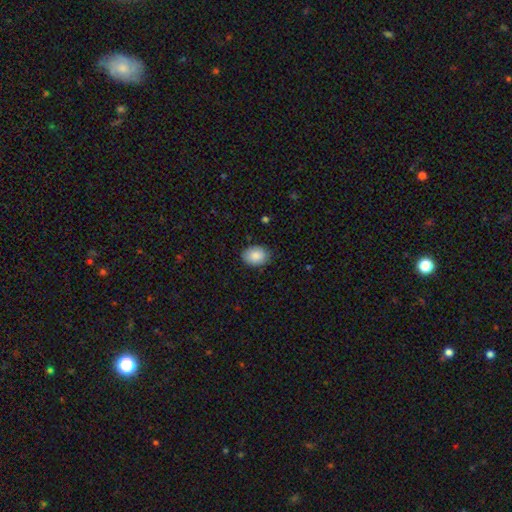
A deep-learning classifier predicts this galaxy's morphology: Overall: smooth (87%). How rounded: in between (72%). Merging: none (84%).